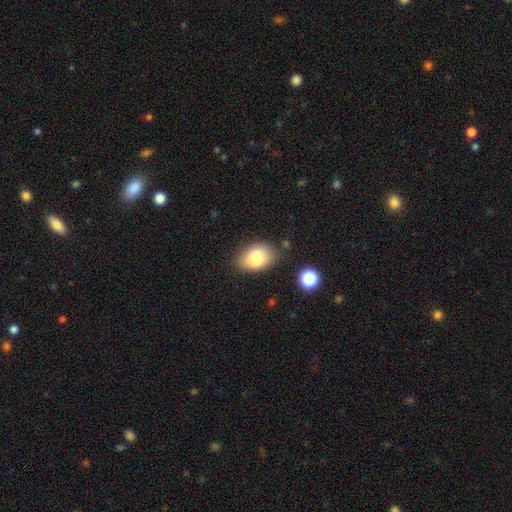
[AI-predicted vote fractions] Smooth or featured? smooth (77%)
How rounded? in between (82%)
Merging? none (67%)